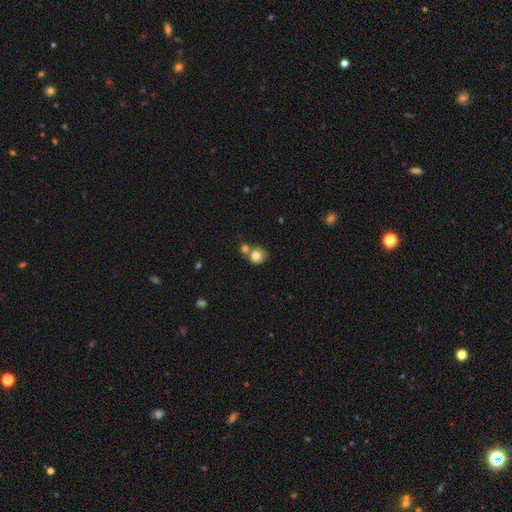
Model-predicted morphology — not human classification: This is likely a smooth galaxy (80%). How rounded: clearly round (81%). Merging: possibly none (50%).